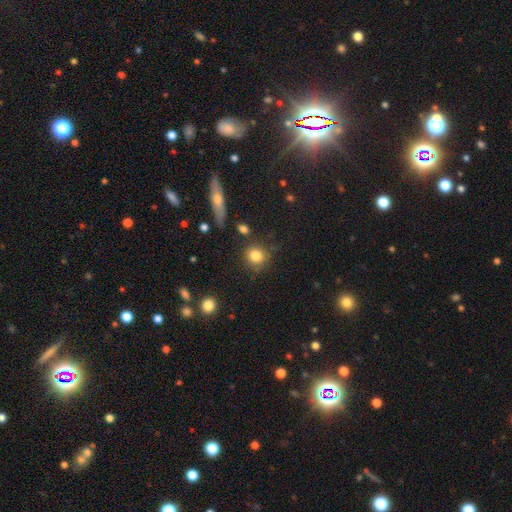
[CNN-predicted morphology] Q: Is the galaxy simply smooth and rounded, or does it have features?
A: smooth — 83%.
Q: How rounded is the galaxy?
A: round — 81%.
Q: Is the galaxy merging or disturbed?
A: none — 79%.